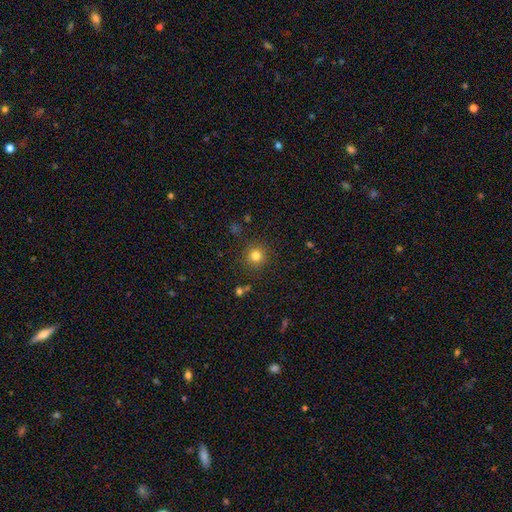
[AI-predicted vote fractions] Smooth or featured? Predicted: smooth (p=0.81). How rounded? Predicted: round (p=0.93). Merging? Predicted: none (p=0.89).